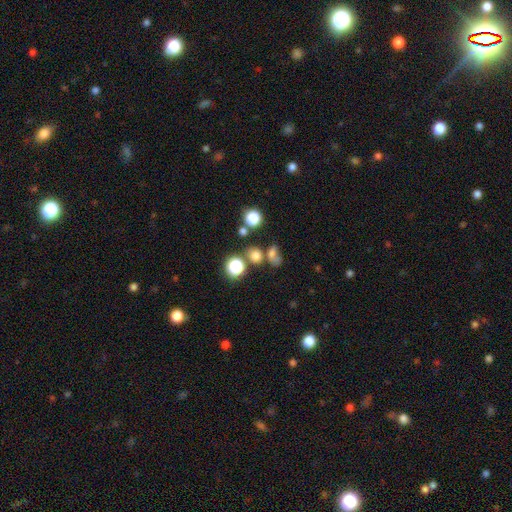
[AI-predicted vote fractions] smooth-or-featured: smooth: 65% | star or artifact: 25% | featured or disk: 10%
  how-rounded: round: 68% | in between: 30% | cigar-shaped: 2%
  merging: none: 55% | merger: 26% | minor disturbance: 11% | major disturbance: 7%